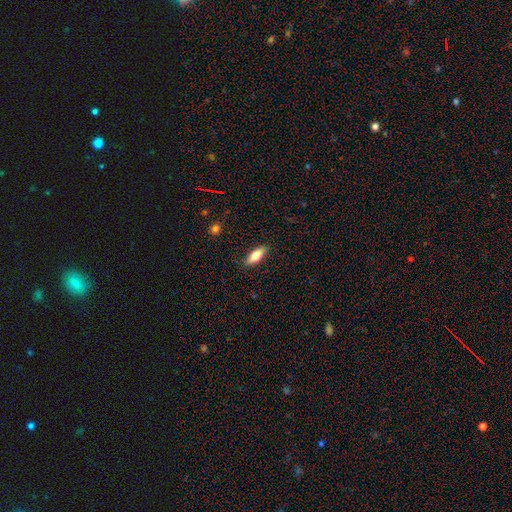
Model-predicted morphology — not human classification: smooth_or_featured: smooth (p=0.72) [alt: featured or disk p=0.22]
how_rounded: in between (p=0.67) [alt: cigar-shaped p=0.31]
merging: none (p=0.87) [alt: minor disturbance p=0.10]